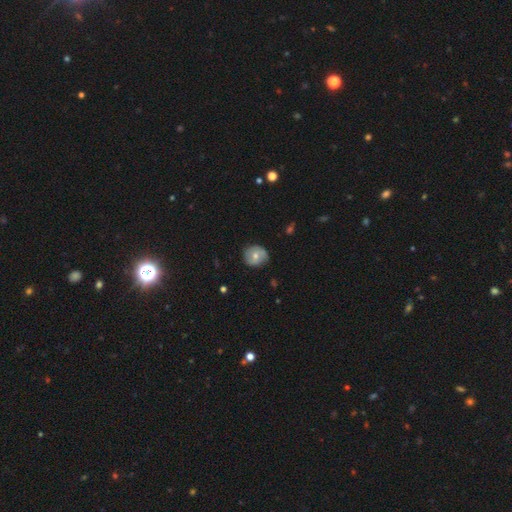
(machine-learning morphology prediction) Q: Smooth or featured?
A: smooth (53%); runner-up: featured or disk (39%)
Q: How rounded?
A: round (80%); runner-up: in between (19%)
Q: Merging?
A: none (76%); runner-up: minor disturbance (19%)